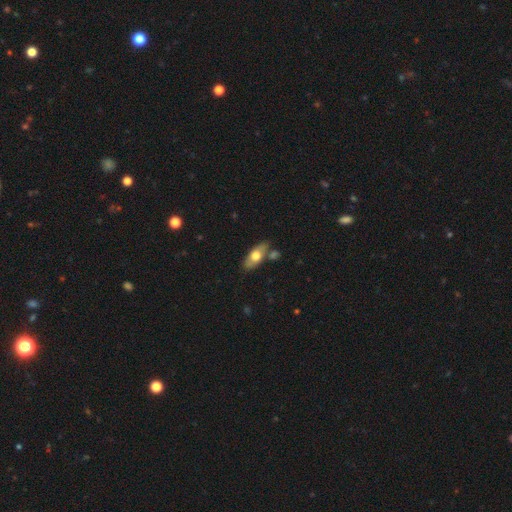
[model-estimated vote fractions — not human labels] A smooth galaxy with no disk features (62%) that is in between round and cigar-shaped (82%). Merging: none (68%).